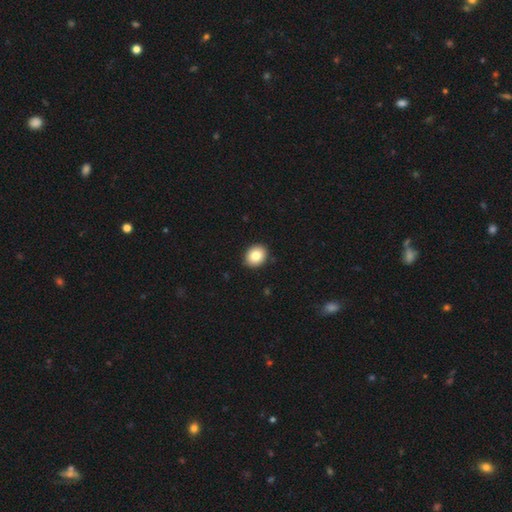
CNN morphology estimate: This is clearly a smooth galaxy (82%). How rounded: possibly round (59%). Merging: clearly none (91%).